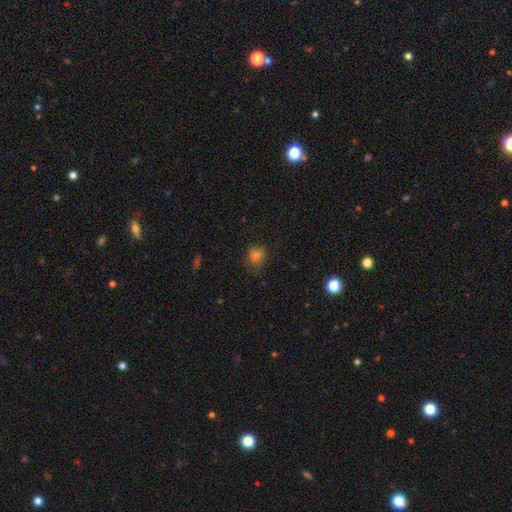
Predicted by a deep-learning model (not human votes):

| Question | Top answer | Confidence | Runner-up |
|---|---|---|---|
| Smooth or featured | smooth | 77% | star or artifact (16%) |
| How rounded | round | 80% | in between (19%) |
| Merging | none | 77% | minor disturbance (18%) |